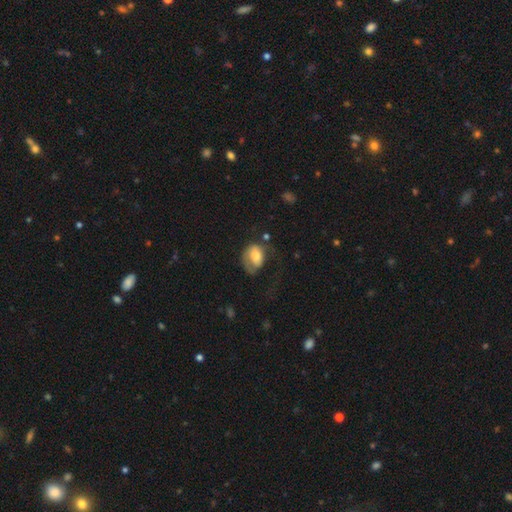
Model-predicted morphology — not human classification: Smooth or featured: smooth — 63% (featured or disk — 30%)
How rounded: in between — 74% (round — 25%)
Merging: major disturbance — 45% (none — 27%)